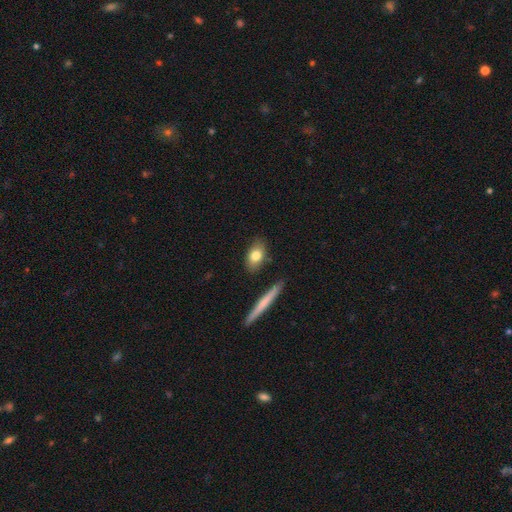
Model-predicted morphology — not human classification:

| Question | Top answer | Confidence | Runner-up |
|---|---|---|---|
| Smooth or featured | smooth | 76% | featured or disk (17%) |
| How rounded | in between | 80% | cigar-shaped (10%) |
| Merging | none | 83% | minor disturbance (11%) |